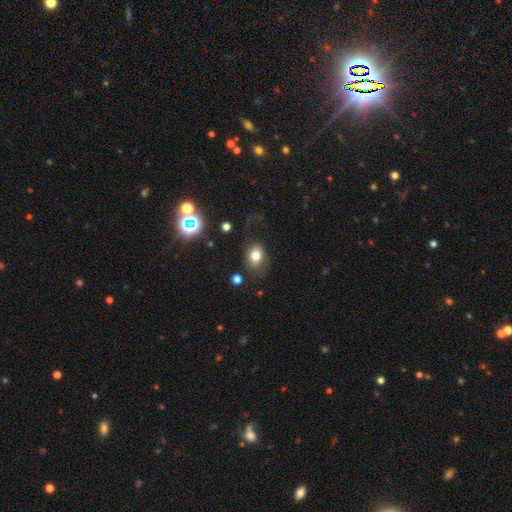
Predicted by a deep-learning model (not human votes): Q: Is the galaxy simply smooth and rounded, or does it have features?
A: smooth — 75%.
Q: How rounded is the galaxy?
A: in between — 60%.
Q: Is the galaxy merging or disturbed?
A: none — 61%.